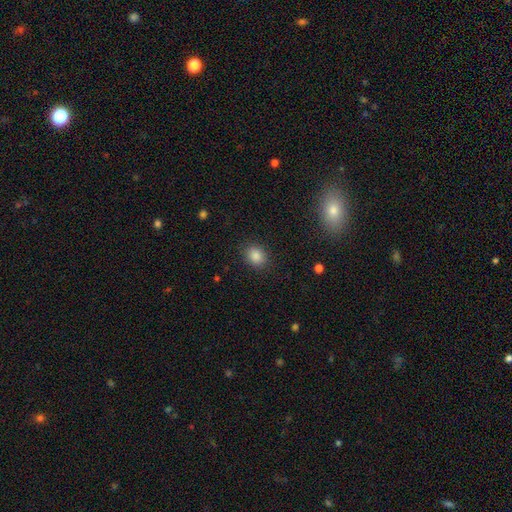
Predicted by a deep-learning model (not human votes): Smooth or featured? Predicted: smooth (p=0.86). How rounded? Predicted: round (p=0.60). Merging? Predicted: none (p=0.88).